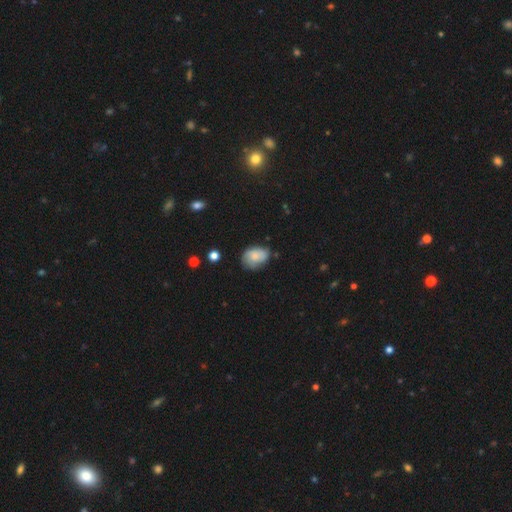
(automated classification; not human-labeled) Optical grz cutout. It shows a smooth galaxy with no disk features (68%) that is in between round and cigar-shaped (76%). Merging: none (58%).